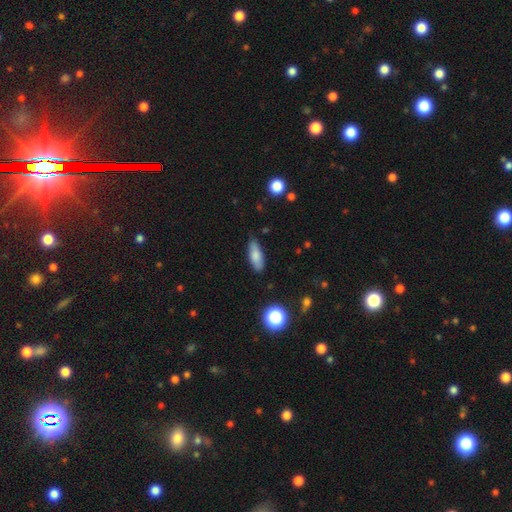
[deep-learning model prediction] smooth 78%, featured or disk 14%, star or artifact 8%. Down the decision tree: how rounded — in between (70%); merging — none (79%).